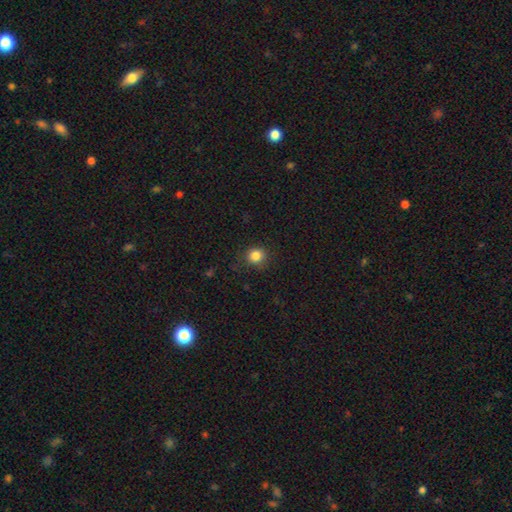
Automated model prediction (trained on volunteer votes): smooth_or_featured: smooth (p=0.84) [alt: star or artifact p=0.11]
how_rounded: round (p=0.84) [alt: in between p=0.16]
merging: none (p=0.84) [alt: minor disturbance p=0.11]